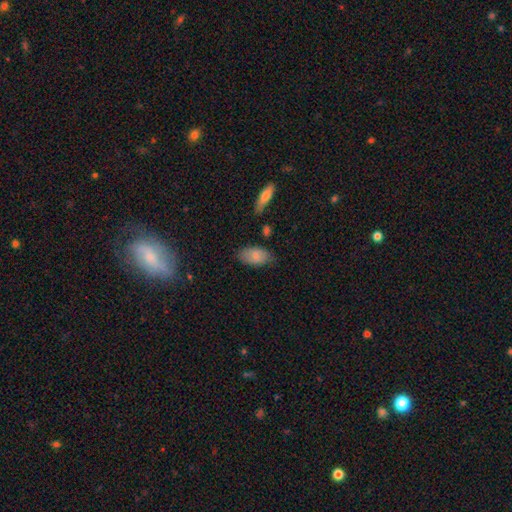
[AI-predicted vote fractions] A smooth galaxy with no disk features (83%) that is in between round and cigar-shaped (93%).

Vote fractions:
- Smooth or featured? smooth: 83% / featured or disk: 11% / star or artifact: 6%
- How rounded? in between: 93% / round: 3% / cigar-shaped: 3%
- Merging? none: 74% / minor disturbance: 19% / major disturbance: 4% / merger: 3%